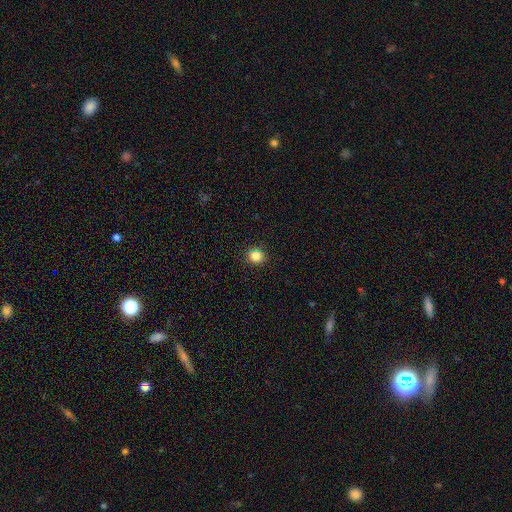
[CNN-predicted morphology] Smooth or featured? smooth (83%)
How rounded? round (81%)
Merging? none (89%)